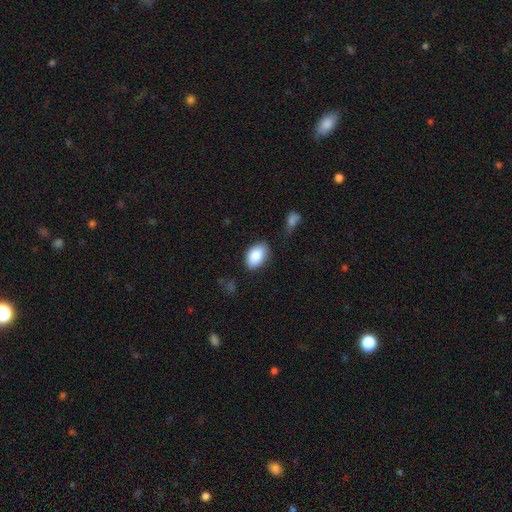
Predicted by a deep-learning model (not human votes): A smooth galaxy with no disk features (86%) that is in between round and cigar-shaped (90%).

Vote fractions:
- Smooth or featured? smooth: 86% / featured or disk: 7% / star or artifact: 7%
- How rounded? in between: 90% / round: 9% / cigar-shaped: 1%
- Merging? none: 80% / minor disturbance: 14% / major disturbance: 4% / merger: 2%